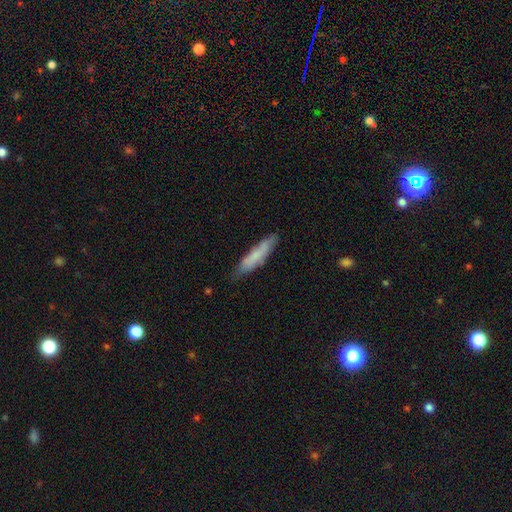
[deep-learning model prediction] This appears to be a smooth galaxy with no disk features (74%) that is cigar-shaped (86%). Merging: none (76%).